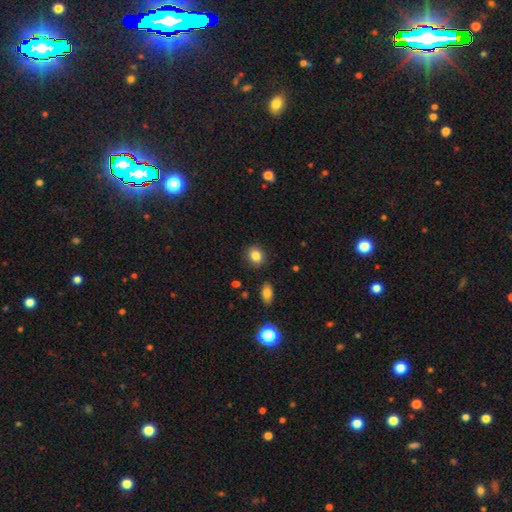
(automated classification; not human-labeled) This is clearly a smooth galaxy (84%). How rounded: likely round (69%). Merging: clearly none (88%).